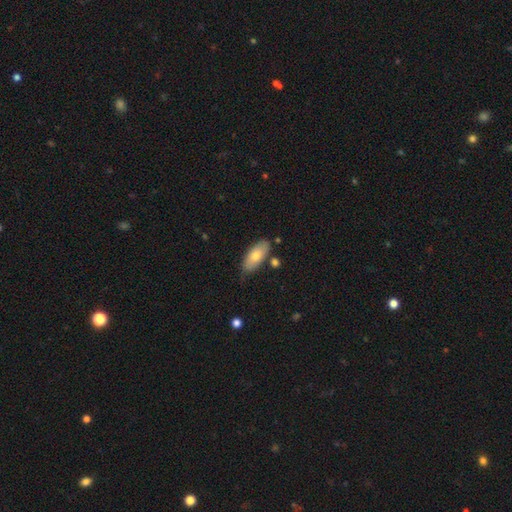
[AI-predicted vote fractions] smooth 75%, featured or disk 19%, star or artifact 6%. Down the decision tree: how rounded — in between (87%); merging — none (76%).